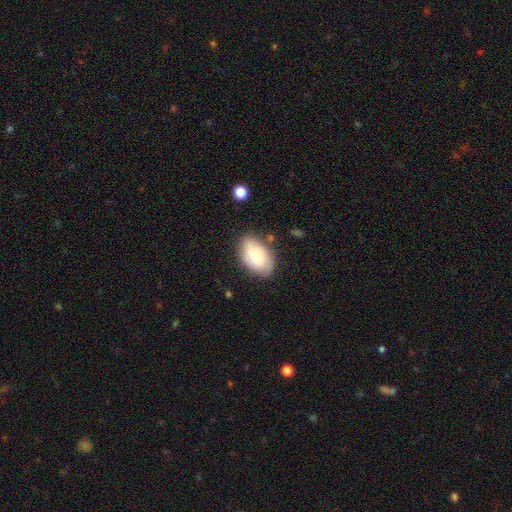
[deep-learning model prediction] A smooth galaxy with no disk features (72%) that is in between round and cigar-shaped (90%). Merging: none (72%).